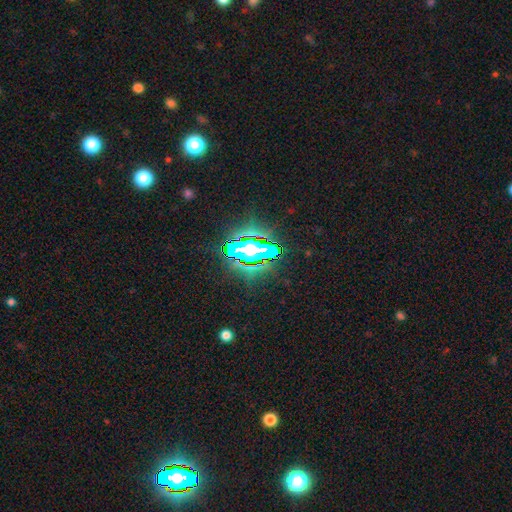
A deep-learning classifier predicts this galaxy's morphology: Smooth or featured? Predicted: star or artifact (p=0.81).